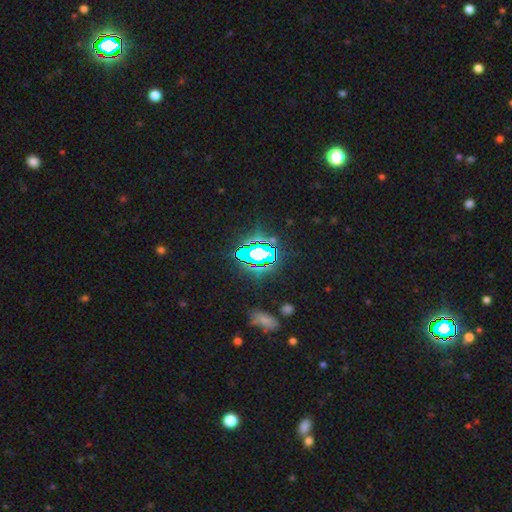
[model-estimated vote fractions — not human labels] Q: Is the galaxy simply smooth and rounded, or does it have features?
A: star or artifact — 69%.